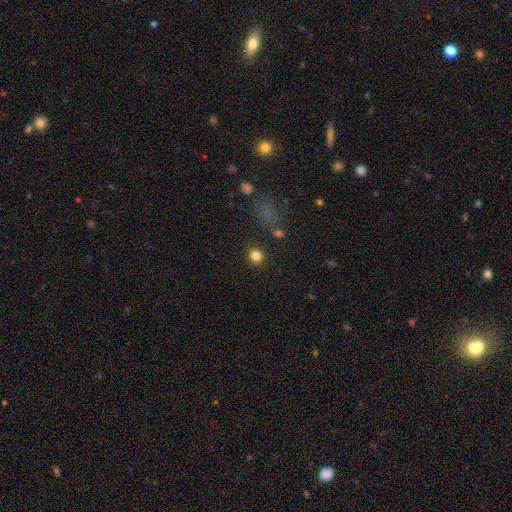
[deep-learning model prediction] smooth_or_featured: smooth (p=0.82) [alt: star or artifact p=0.13]
how_rounded: round (p=0.82) [alt: in between p=0.17]
merging: none (p=0.87) [alt: minor disturbance p=0.07]